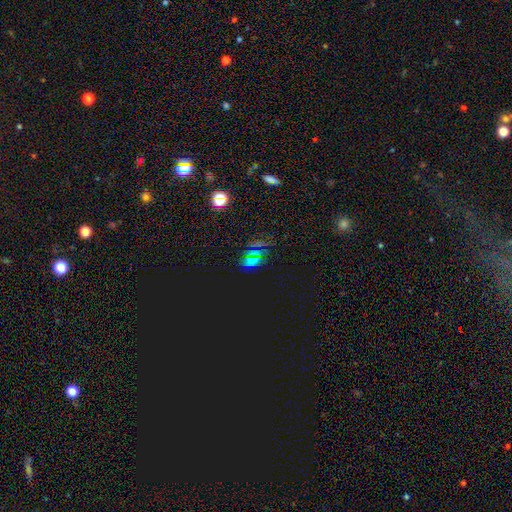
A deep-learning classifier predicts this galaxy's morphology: The model was most divided on "smooth or featured": star or artifact: 66%, smooth: 25%, featured or disk: 10%.